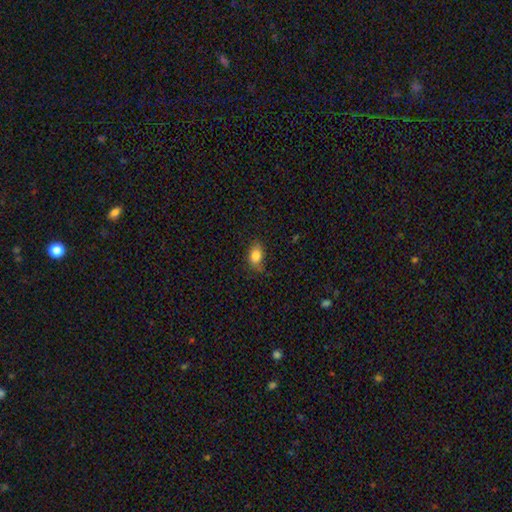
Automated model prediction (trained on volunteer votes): smooth_or_featured: smooth (p=0.83) [alt: star or artifact p=0.09]
how_rounded: in between (p=0.83) [alt: round p=0.15]
merging: none (p=0.72) [alt: minor disturbance p=0.22]